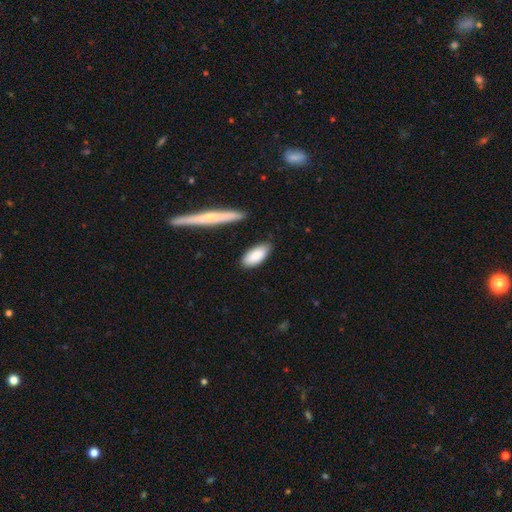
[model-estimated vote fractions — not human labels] Morphology: type=smooth (85%); roundness=in between (85%); merging=none (81%).